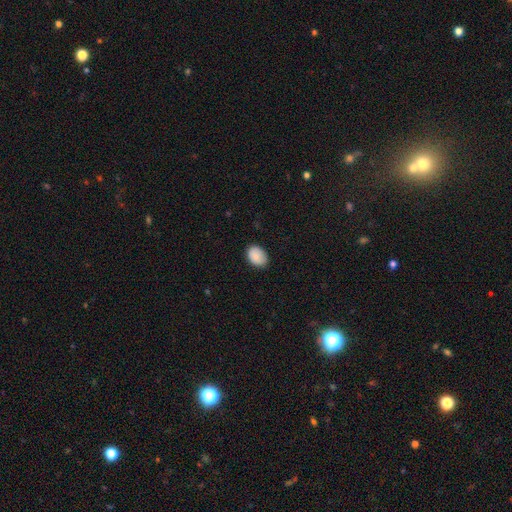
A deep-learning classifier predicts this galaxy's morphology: This appears to be a smooth galaxy with no disk features (89%) that is in between round and cigar-shaped (79%). Merging: none (81%).